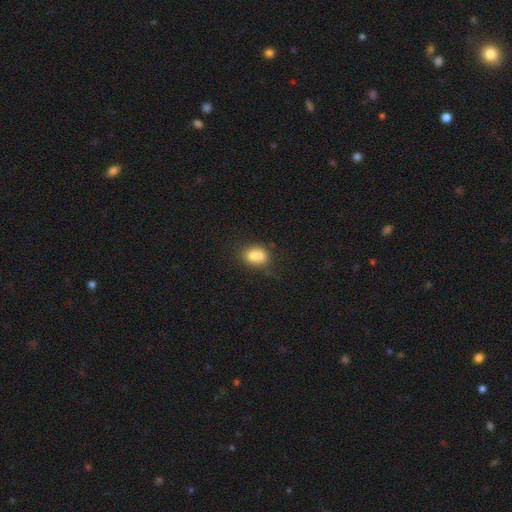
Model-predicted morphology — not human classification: Q: Smooth or featured?
A: smooth (74%); runner-up: featured or disk (16%)
Q: How rounded?
A: in between (60%); runner-up: round (38%)
Q: Merging?
A: merger (40%); tied with: none (40%)